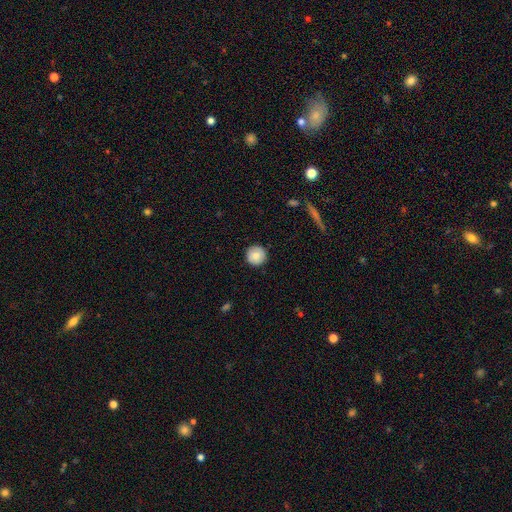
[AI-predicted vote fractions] smooth-or-featured: smooth: 81% | featured or disk: 12% | star or artifact: 7%
  how-rounded: round: 96% | in between: 3% | cigar-shaped: 1%
  merging: none: 90% | minor disturbance: 8% | major disturbance: 2% | merger: 1%